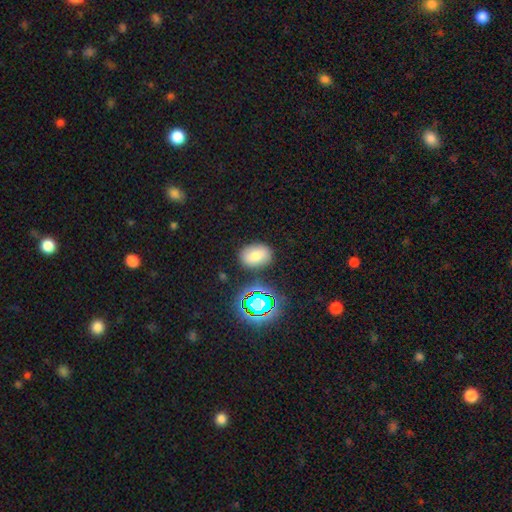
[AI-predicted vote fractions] The model was most divided on "smooth or featured": smooth: 73%, star or artifact: 18%, featured or disk: 10%. More confident: merging — none (81%); how rounded — in between (78%).